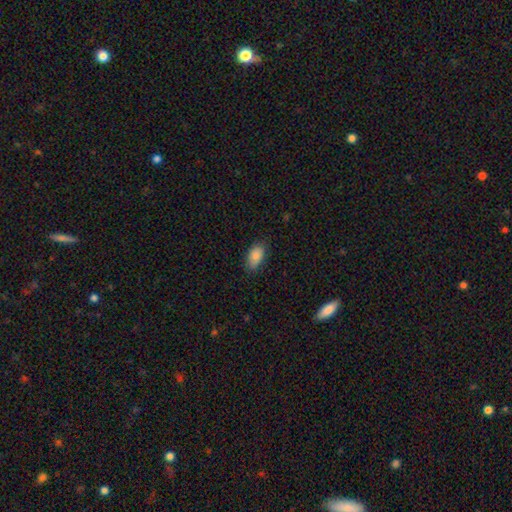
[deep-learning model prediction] Smooth or featured?
  - smooth: 87% *
  - star or artifact: 7%
  - featured or disk: 6%
How rounded?
  - in between: 93% *
  - round: 4%
  - cigar-shaped: 3%
Merging?
  - none: 80% *
  - minor disturbance: 16%
  - major disturbance: 3%
  - merger: 1%